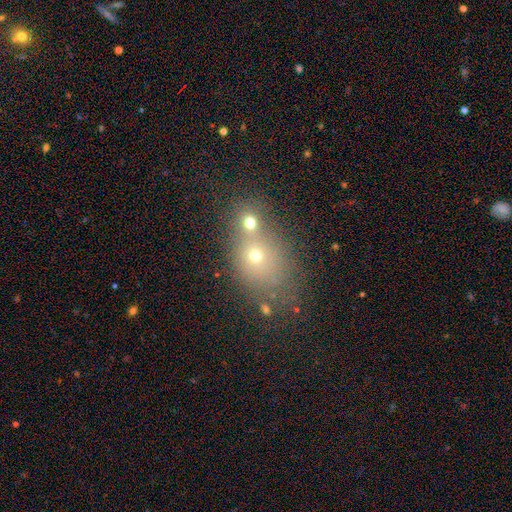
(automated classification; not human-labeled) Smooth or featured: smooth — 56% (star or artifact — 25%)
How rounded: round — 51% (in between — 47%)
Merging: merger — 46% (none — 40%)